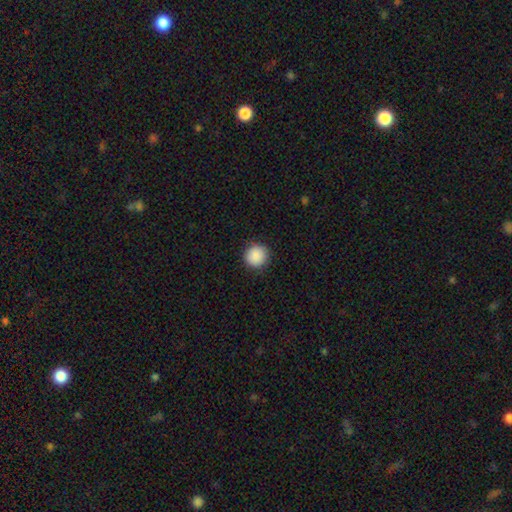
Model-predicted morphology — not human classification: A smooth galaxy with no disk features (89%) that is round (94%). Merging: none (90%).